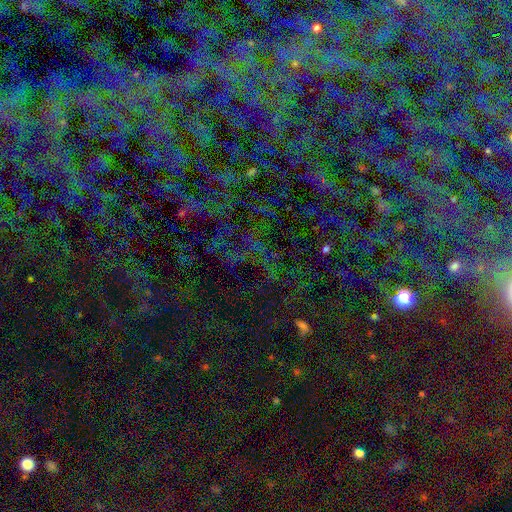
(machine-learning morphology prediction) This appears to be a star or artifact, not a galaxy (80%).